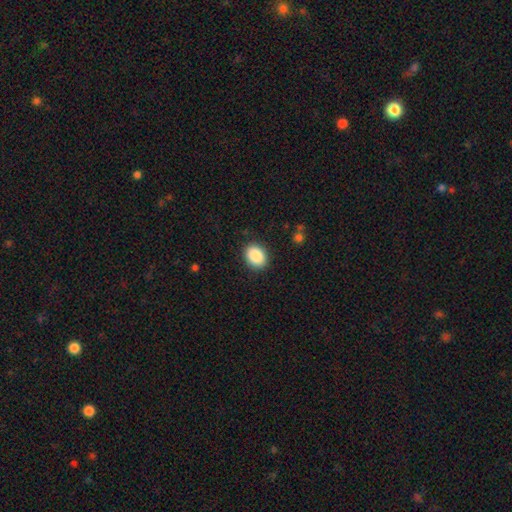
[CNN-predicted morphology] A smooth galaxy with no disk features (89%) that is in between round and cigar-shaped (59%).

Vote fractions:
- Smooth or featured? smooth: 89% / star or artifact: 7% / featured or disk: 4%
- How rounded? in between: 59% / round: 40% / cigar-shaped: 1%
- Merging? none: 89% / minor disturbance: 8% / major disturbance: 2% / merger: 1%